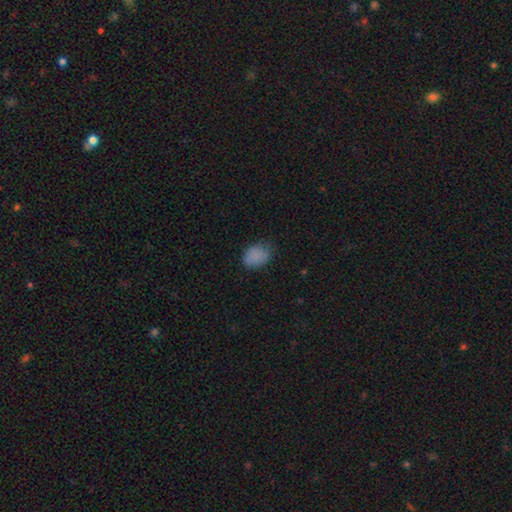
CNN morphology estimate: The model was most divided on "merging": none: 65%, minor disturbance: 27%, major disturbance: 6%, merger: 1%. More confident: smooth or featured — smooth (85%); how rounded — in between (76%).